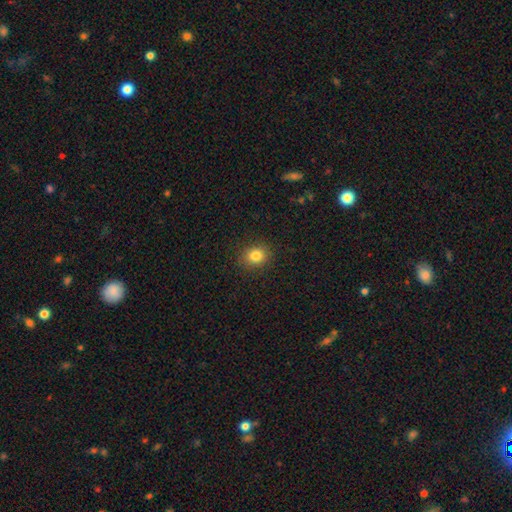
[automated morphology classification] smooth 83%, star or artifact 11%, featured or disk 6%. Down the decision tree: how rounded — round (69%); merging — none (89%).